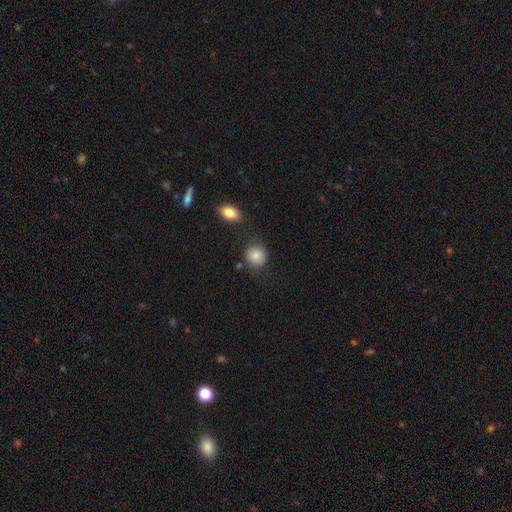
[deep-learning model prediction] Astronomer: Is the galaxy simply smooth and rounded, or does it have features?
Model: smooth — 87%.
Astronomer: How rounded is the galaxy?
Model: round — 79%.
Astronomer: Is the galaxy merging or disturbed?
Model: none — 73%.